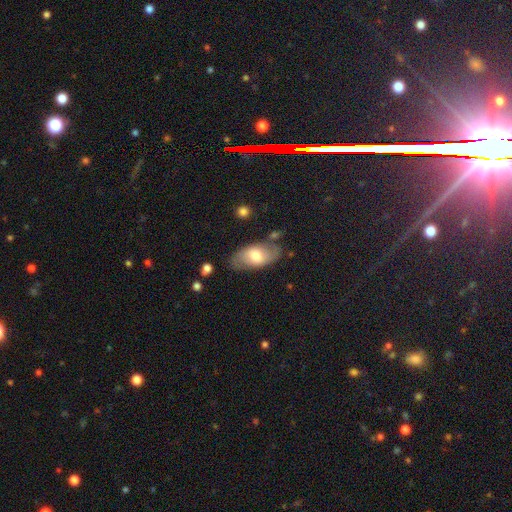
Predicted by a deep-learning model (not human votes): Overall: smooth (62%; featured or disk 33%). How rounded: in between (93%). Merging: none (72%).